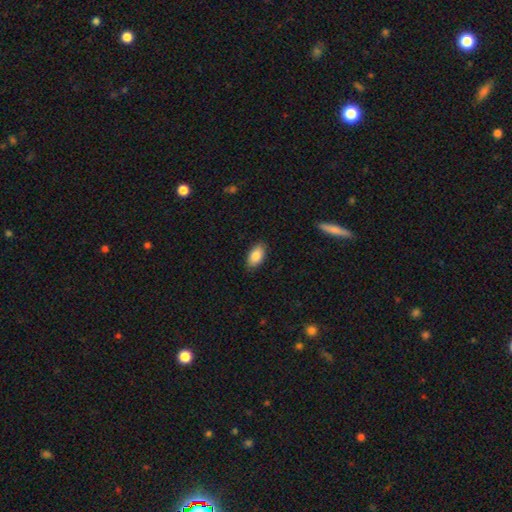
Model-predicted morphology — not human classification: Smooth or featured?
  - smooth: 86% *
  - featured or disk: 7%
  - star or artifact: 7%
How rounded?
  - in between: 94% *
  - round: 4%
  - cigar-shaped: 2%
Merging?
  - none: 86% *
  - minor disturbance: 10%
  - major disturbance: 2%
  - merger: 1%